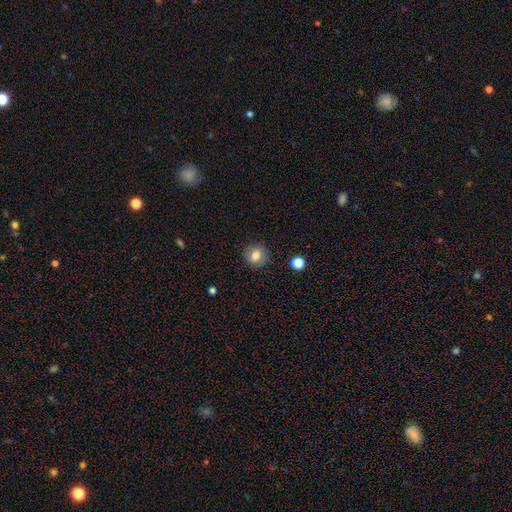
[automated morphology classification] Q: Smooth or featured?
A: smooth (78%); runner-up: featured or disk (12%)
Q: How rounded?
A: round (82%); runner-up: in between (17%)
Q: Merging?
A: none (87%); runner-up: minor disturbance (9%)